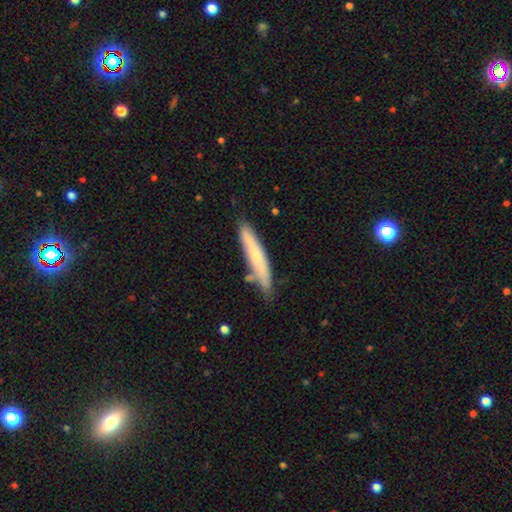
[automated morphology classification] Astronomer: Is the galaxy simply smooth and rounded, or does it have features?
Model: smooth — 54% (runner-up: featured or disk, 40%).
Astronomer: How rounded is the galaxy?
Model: cigar-shaped — 90%.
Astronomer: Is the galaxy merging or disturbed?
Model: none — 73%.